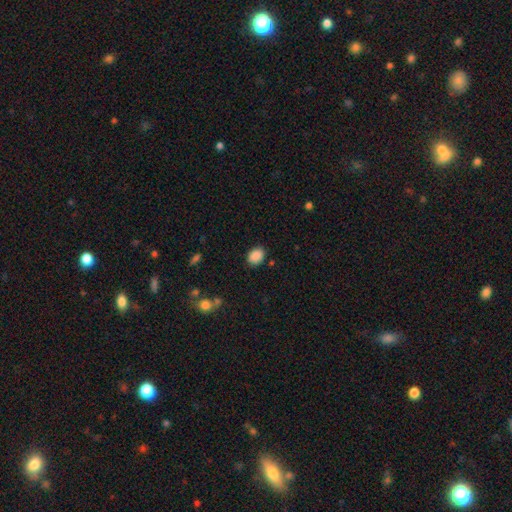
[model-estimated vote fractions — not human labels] Smooth or featured? Predicted: smooth (p=0.88). How rounded? Predicted: in between (p=0.64). Merging? Predicted: none (p=0.82).